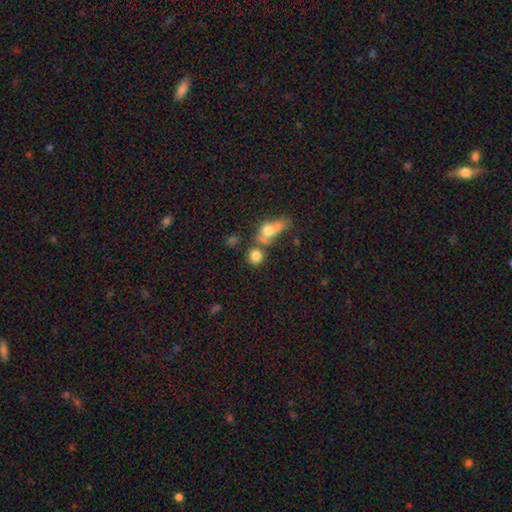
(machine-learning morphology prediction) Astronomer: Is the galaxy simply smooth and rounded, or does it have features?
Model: smooth — 79%.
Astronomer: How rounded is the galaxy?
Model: round — 78%.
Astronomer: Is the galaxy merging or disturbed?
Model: none — 53% (runner-up: merger, 30%).